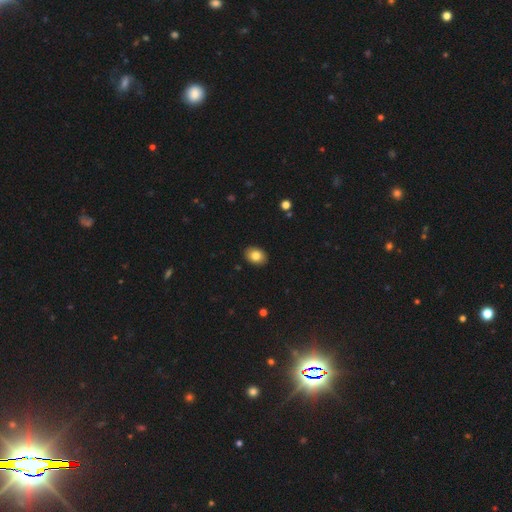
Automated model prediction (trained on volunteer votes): smooth 83%, star or artifact 9%, featured or disk 8%. Down the decision tree: how rounded — in between (68%); merging — none (90%).